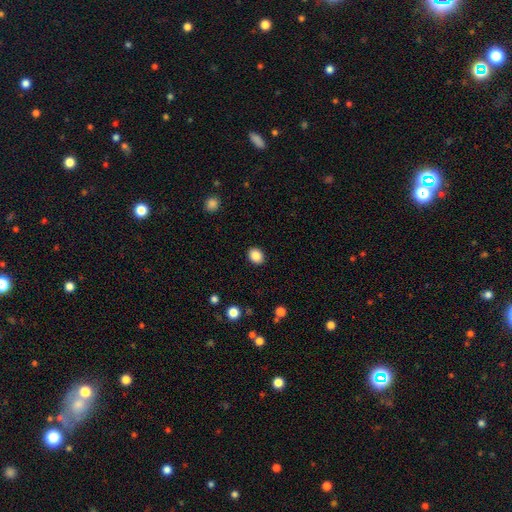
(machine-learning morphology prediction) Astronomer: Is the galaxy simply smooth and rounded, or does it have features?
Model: smooth — 88%.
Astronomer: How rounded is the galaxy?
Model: in between — 54% (runner-up: round, 45%).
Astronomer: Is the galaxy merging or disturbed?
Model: none — 90%.